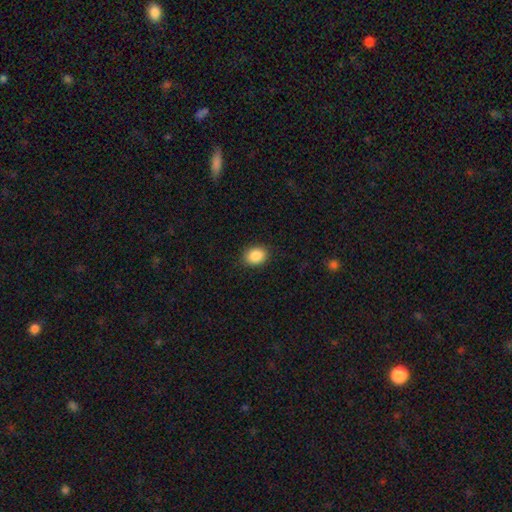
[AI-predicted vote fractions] Q: Smooth or featured?
A: smooth (88%); runner-up: star or artifact (8%)
Q: How rounded?
A: in between (55%); runner-up: round (44%)
Q: Merging?
A: none (88%); runner-up: minor disturbance (8%)